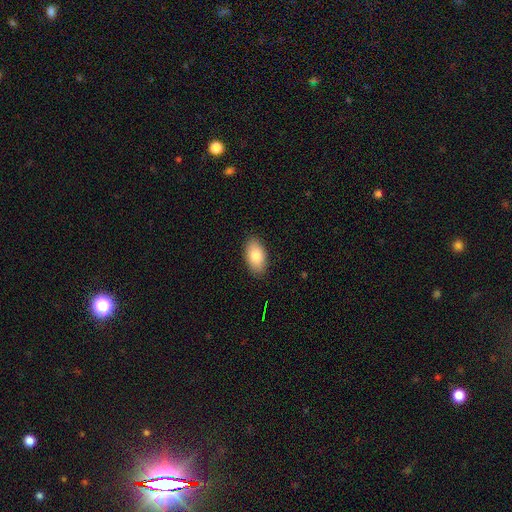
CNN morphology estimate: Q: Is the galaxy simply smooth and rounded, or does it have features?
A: smooth — 82%.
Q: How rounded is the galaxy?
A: in between — 93%.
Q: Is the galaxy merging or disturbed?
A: none — 88%.